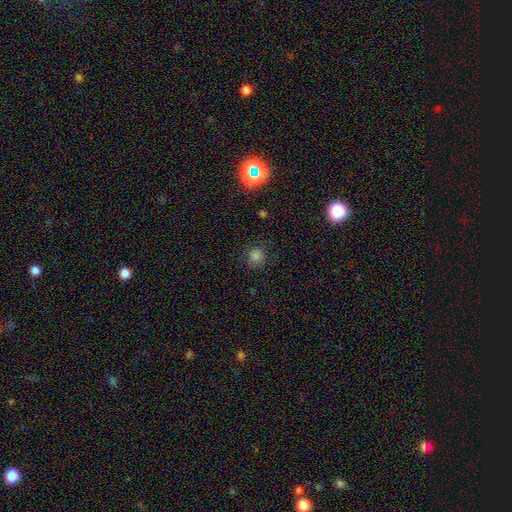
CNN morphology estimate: smooth 77%, star or artifact 18%, featured or disk 5%. Down the decision tree: how rounded — round (91%); merging — none (85%).